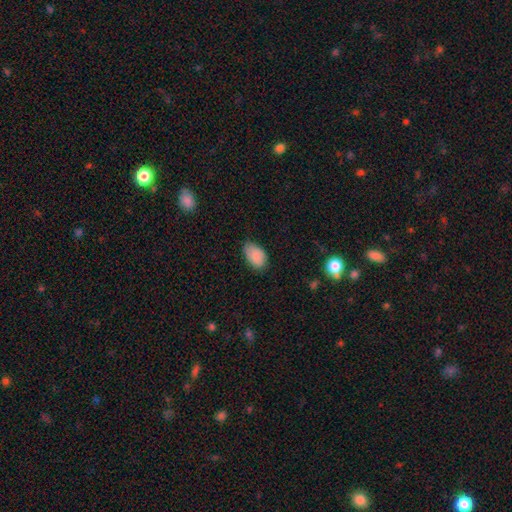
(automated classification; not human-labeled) smooth-or-featured: smooth: 87% | star or artifact: 8% | featured or disk: 5%
  how-rounded: in between: 92% | round: 7% | cigar-shaped: 1%
  merging: none: 68% | minor disturbance: 26% | major disturbance: 4% | merger: 1%